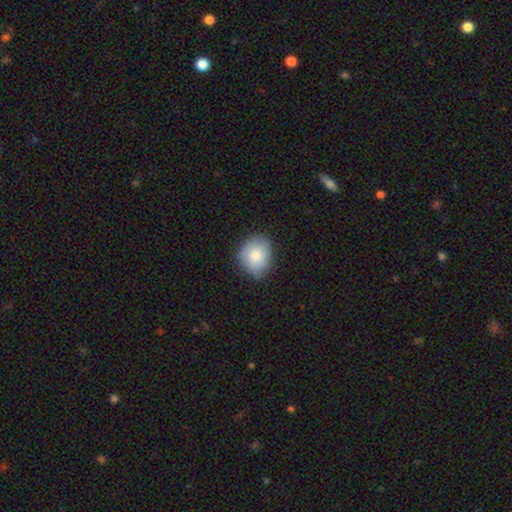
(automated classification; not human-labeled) A smooth galaxy with no disk features (79%) that is round (66%). Merging: none (72%).